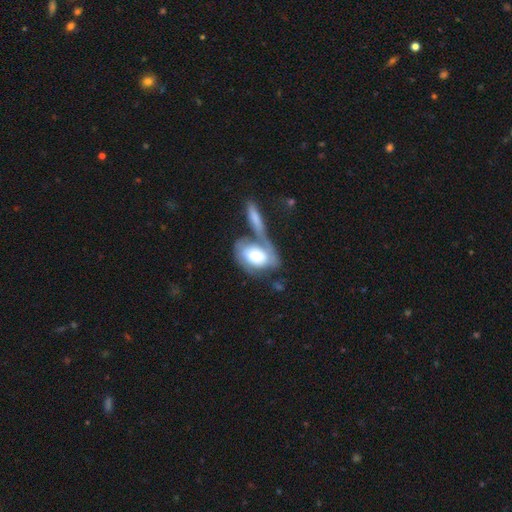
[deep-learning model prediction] This is possibly a featured or disk galaxy (47%). Merging: marginally merger (43%).